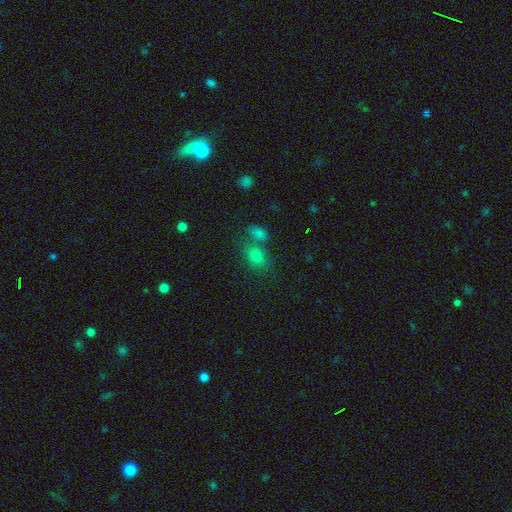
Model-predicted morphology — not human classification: type=smooth (73%); roundness=in between (62%); merging=none (54%).